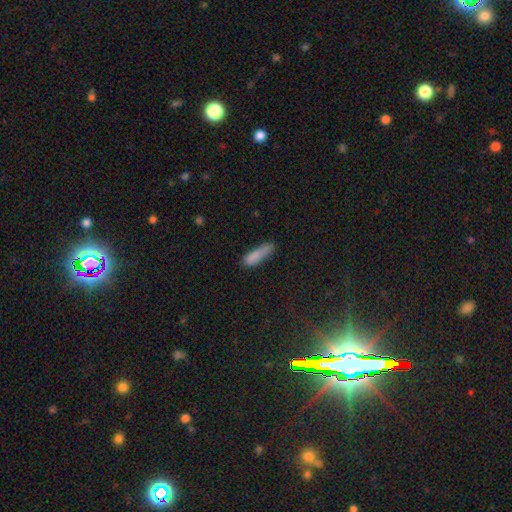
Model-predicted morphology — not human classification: A smooth galaxy with no disk features (83%) that is cigar-shaped (74%). Merging: none (62%).